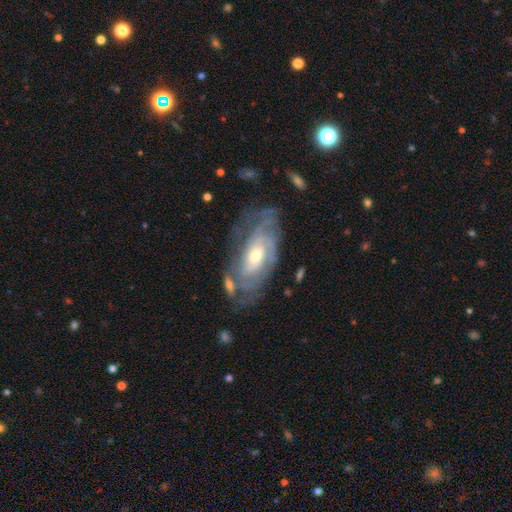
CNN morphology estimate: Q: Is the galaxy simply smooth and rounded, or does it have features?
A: featured or disk — 81%.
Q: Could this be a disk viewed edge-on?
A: no — 91%.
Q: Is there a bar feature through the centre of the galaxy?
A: no — 61%.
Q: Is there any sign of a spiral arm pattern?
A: yes — 88%.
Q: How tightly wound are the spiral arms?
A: tight — 68%.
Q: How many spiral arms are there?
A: can't tell — 53%.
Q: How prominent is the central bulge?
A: moderate — 59%.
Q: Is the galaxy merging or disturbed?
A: none — 66%.